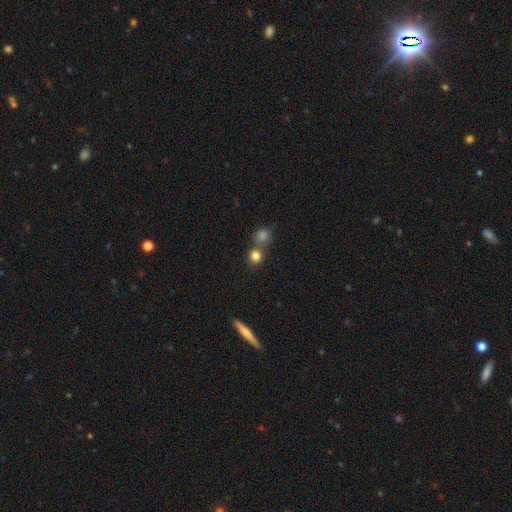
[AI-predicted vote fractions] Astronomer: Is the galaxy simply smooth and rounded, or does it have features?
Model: smooth — 82%.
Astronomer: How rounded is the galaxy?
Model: round — 84%.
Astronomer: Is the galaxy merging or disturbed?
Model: none — 56% (runner-up: merger, 32%).